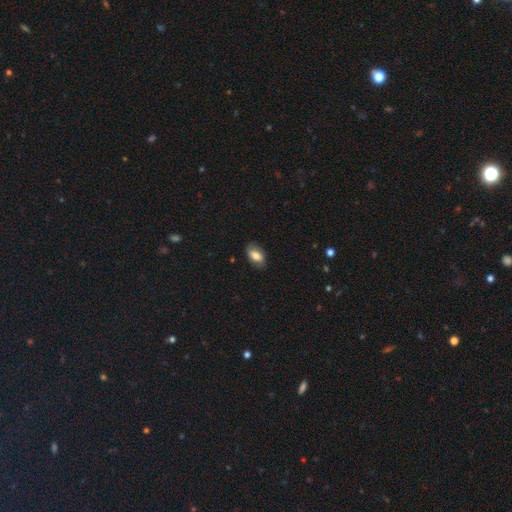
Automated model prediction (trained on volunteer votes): smooth 75%, featured or disk 18%, star or artifact 7%. Down the decision tree: how rounded — in between (92%); merging — none (79%).